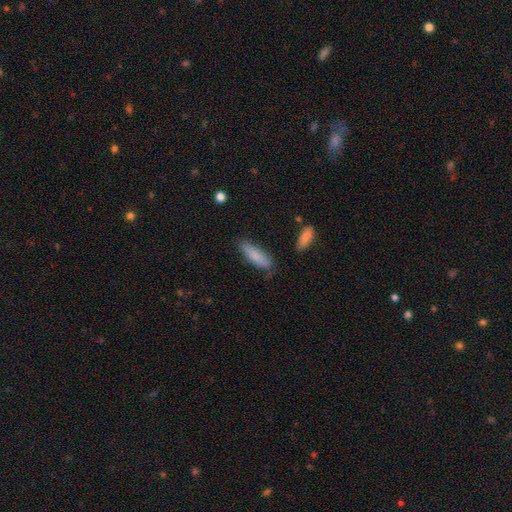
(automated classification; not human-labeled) A smooth galaxy with no disk features (82%) that is cigar-shaped (56%). Merging: none (76%).